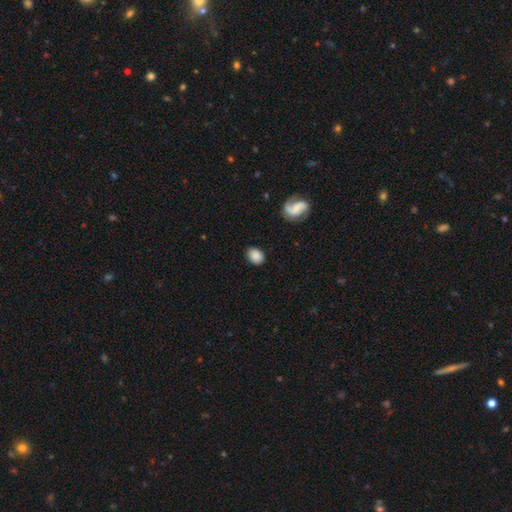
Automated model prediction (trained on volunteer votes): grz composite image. It shows a smooth galaxy with no disk features (84%) that is in between round and cigar-shaped (68%). Merging: none (84%).